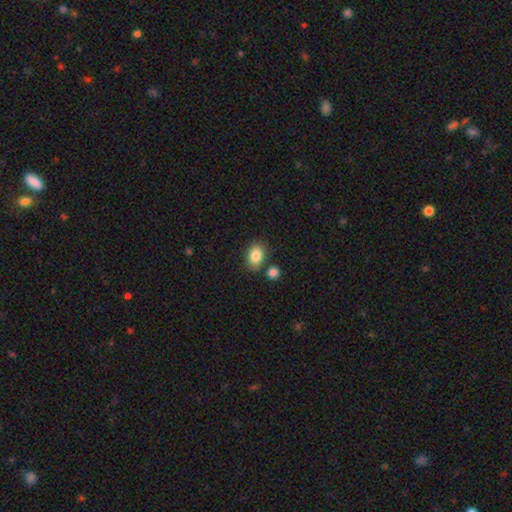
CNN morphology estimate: Q: Smooth or featured?
A: smooth (85%); runner-up: star or artifact (8%)
Q: How rounded?
A: in between (74%); runner-up: round (25%)
Q: Merging?
A: none (75%); runner-up: minor disturbance (13%)